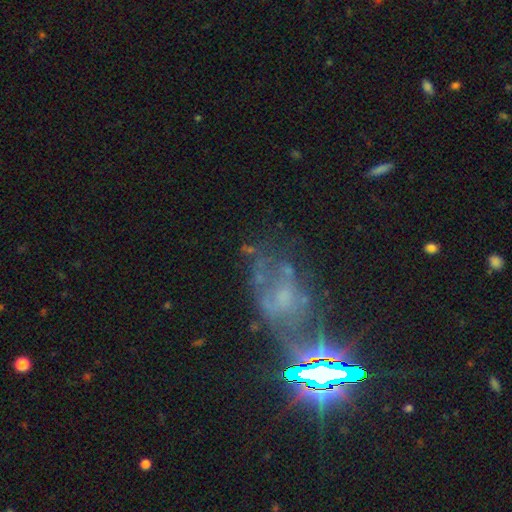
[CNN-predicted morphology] smooth_or_featured: featured or disk (p=0.45) [alt: star or artifact p=0.37]
merging: none (p=0.45) [alt: major disturbance p=0.27]